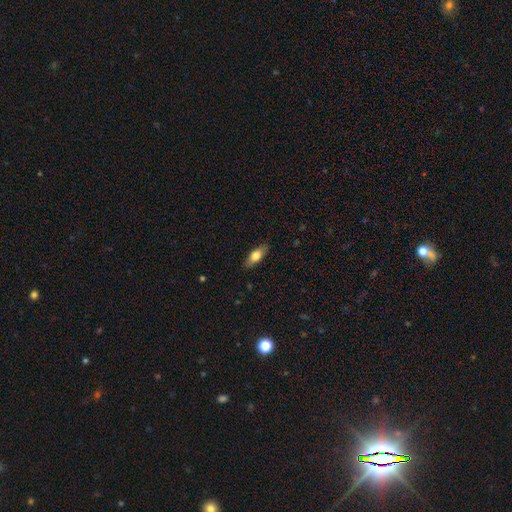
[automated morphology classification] Overall: smooth (71%). How rounded: in between (76%). Merging: none (84%).